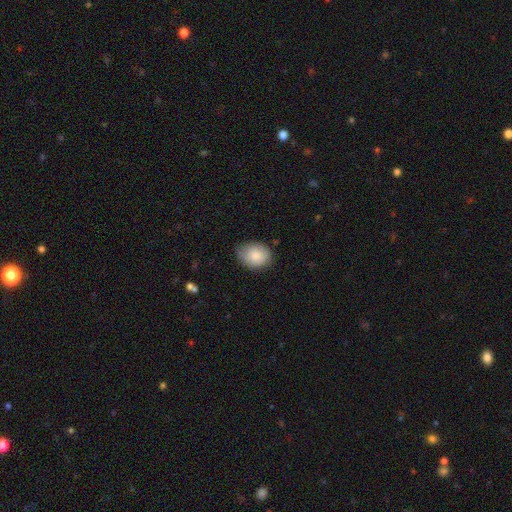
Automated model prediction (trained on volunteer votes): Q: Smooth or featured?
A: smooth (84%); runner-up: featured or disk (10%)
Q: How rounded?
A: in between (60%); runner-up: round (39%)
Q: Merging?
A: none (71%); runner-up: minor disturbance (24%)